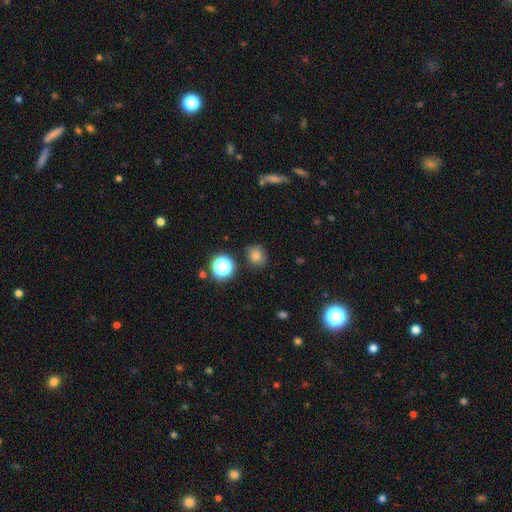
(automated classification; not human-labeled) smooth_or_featured: smooth (p=0.74) [alt: star or artifact p=0.19]
how_rounded: round (p=0.74) [alt: in between p=0.24]
merging: none (p=0.85) [alt: minor disturbance p=0.10]